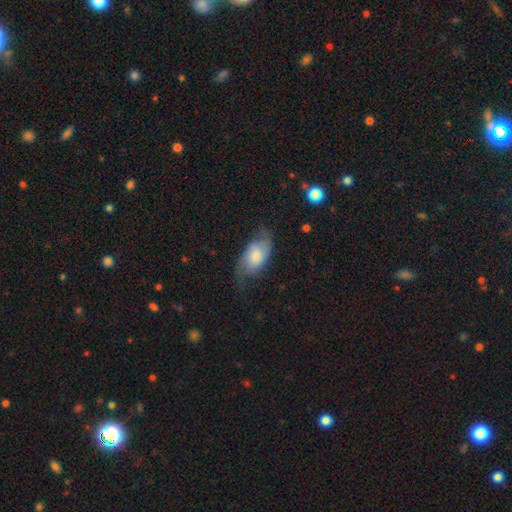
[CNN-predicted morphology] Smooth or featured?
  - smooth: 53% *
  - featured or disk: 40%
  - star or artifact: 7%
How rounded?
  - in between: 90% *
  - round: 6%
  - cigar-shaped: 3%
Merging?
  - none: 49% *
  - minor disturbance: 29%
  - major disturbance: 20%
  - merger: 2%